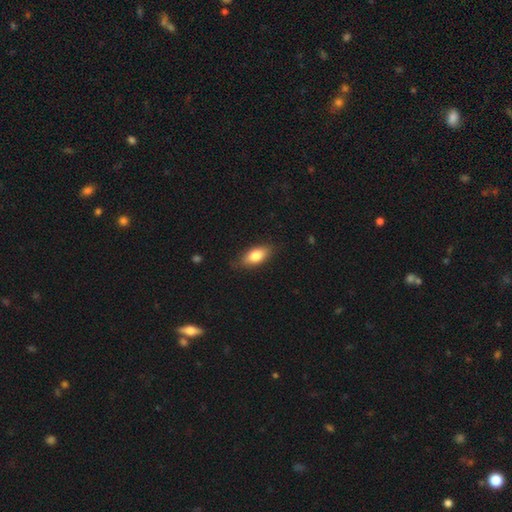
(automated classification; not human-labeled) A smooth galaxy with no disk features (80%) that is in between round and cigar-shaped (86%). Merging: none (82%).